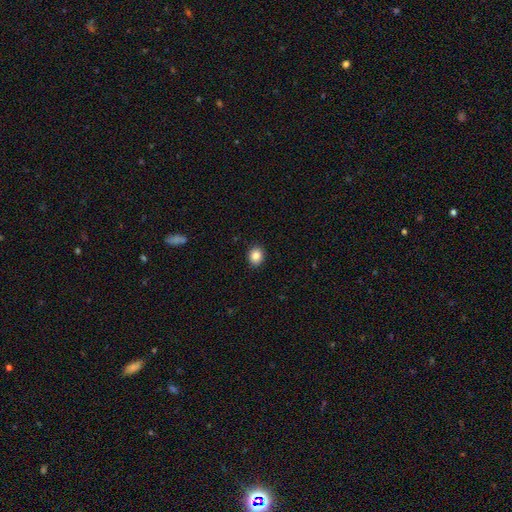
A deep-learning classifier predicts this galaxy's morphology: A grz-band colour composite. It shows a smooth galaxy with no disk features (86%) that is round (70%). Merging: none (91%).